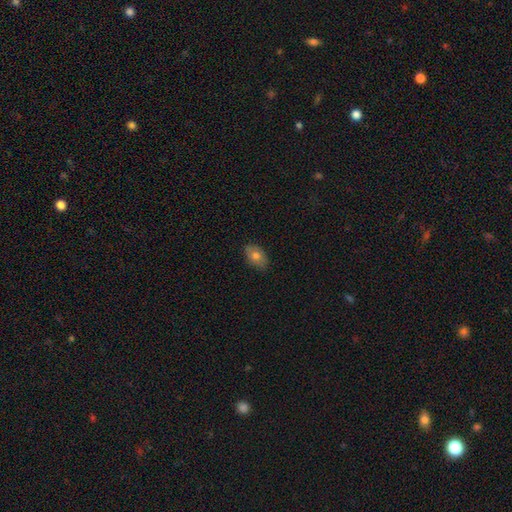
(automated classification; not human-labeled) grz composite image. It shows a smooth galaxy with no disk features (75%) that is in between round and cigar-shaped (88%). Merging: none (82%).